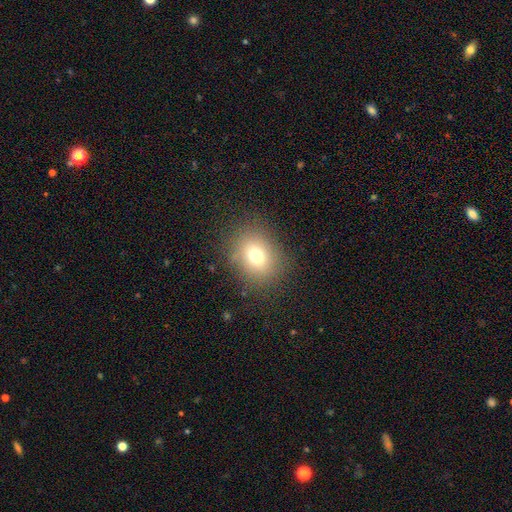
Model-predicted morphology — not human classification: This is likely a smooth galaxy (73%). How rounded: possibly round (57%). Merging: clearly none (83%).